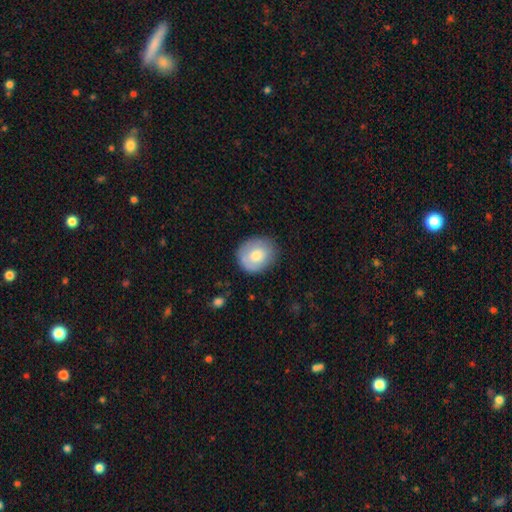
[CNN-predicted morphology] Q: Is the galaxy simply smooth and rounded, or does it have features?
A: smooth — 74%.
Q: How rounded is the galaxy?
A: round — 70%.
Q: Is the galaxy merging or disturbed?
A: none — 79%.